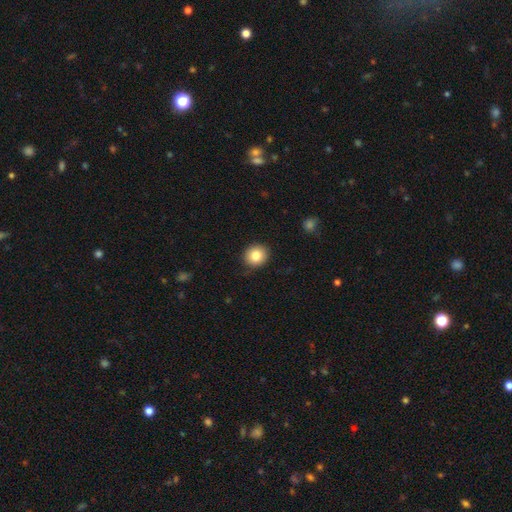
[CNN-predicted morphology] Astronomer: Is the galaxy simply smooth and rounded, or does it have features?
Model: smooth — 82%.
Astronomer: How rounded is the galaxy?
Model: round — 81%.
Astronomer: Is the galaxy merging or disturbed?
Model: none — 86%.